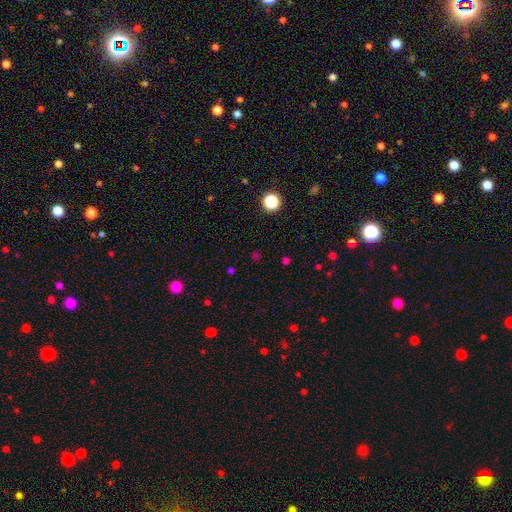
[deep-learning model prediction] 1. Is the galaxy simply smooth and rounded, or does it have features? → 50% star or artifact, 44% smooth, 6% featured or disk.